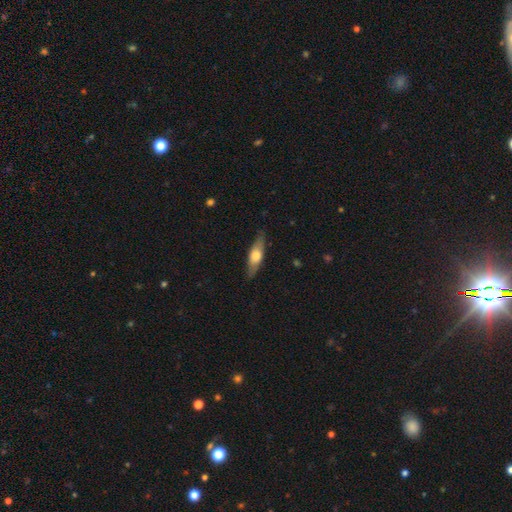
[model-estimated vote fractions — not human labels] A smooth galaxy with no disk features (49%). Merging: none (85%).